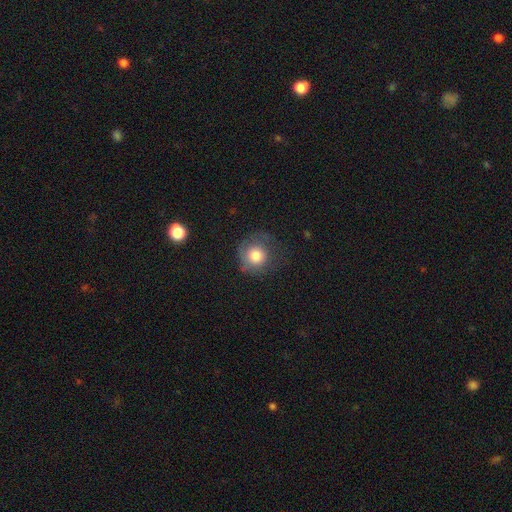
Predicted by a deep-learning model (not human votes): This is likely a smooth galaxy (77%). How rounded: clearly round (91%). Merging: likely none (61%).